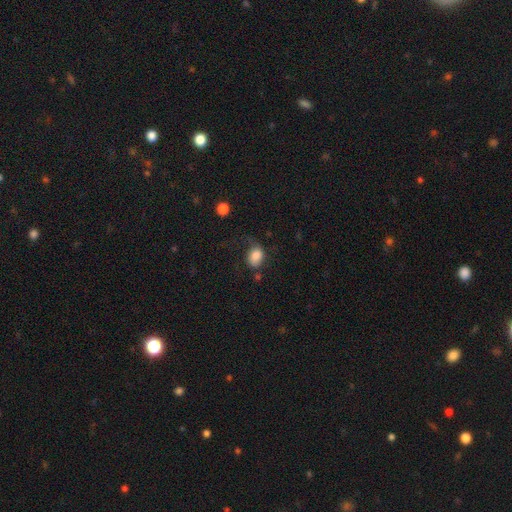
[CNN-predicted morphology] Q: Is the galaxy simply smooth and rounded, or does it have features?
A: smooth — 78%.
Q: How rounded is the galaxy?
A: in between — 69%.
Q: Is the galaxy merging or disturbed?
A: none — 41%.